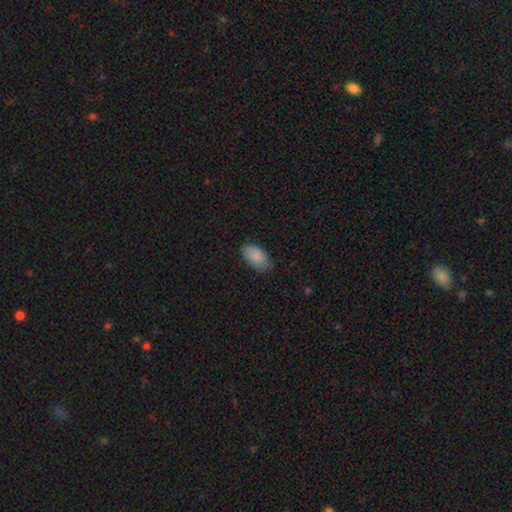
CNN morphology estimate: Overall: smooth (87%). How rounded: in between (95%). Merging: none (77%).